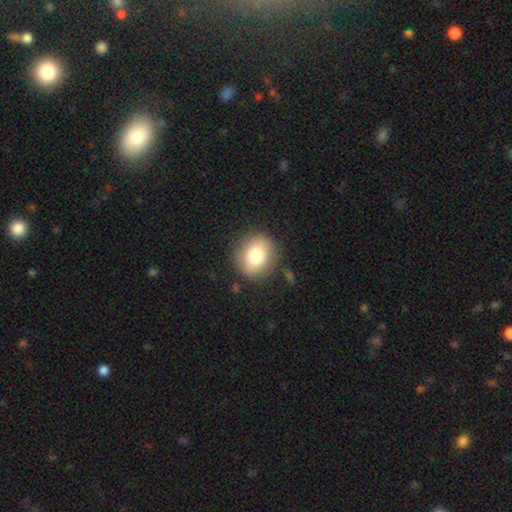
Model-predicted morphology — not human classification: A smooth galaxy with no disk features (77%) that is round (81%). Merging: none (85%).